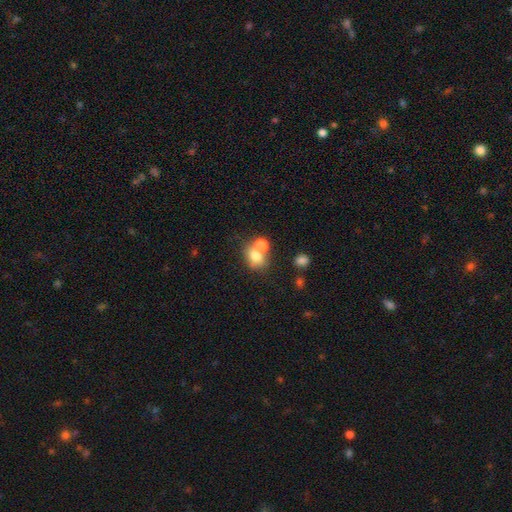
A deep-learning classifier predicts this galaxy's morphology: A smooth galaxy with no disk features (74%) that is in between round and cigar-shaped (55%). Merging: merger (48%).